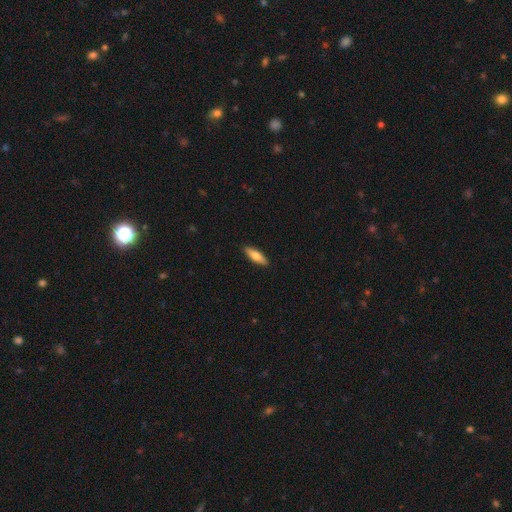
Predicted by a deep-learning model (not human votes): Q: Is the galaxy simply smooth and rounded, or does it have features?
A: smooth — 74%.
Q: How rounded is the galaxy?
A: cigar-shaped — 51%.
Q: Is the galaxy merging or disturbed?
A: none — 90%.